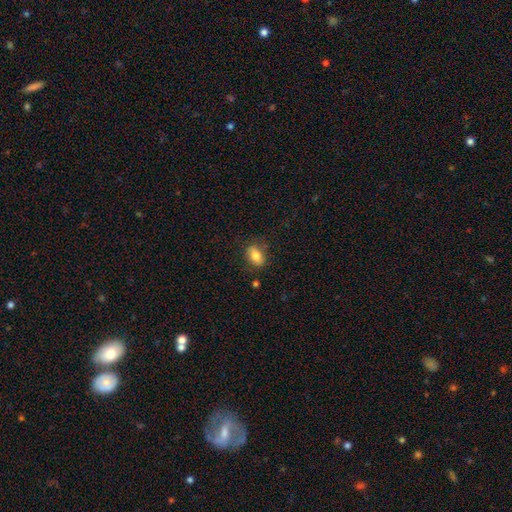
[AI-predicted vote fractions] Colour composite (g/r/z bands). It shows a smooth galaxy with no disk features (79%) that is in between round and cigar-shaped (82%). Merging: none (77%).